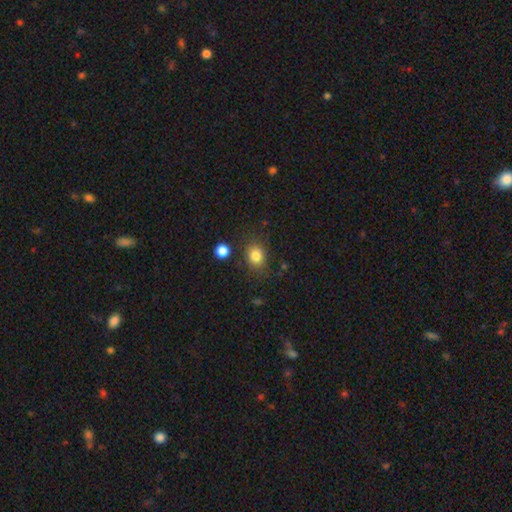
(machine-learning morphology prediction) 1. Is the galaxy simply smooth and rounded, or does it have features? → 83% smooth, 11% star or artifact, 6% featured or disk.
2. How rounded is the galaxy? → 55% round, 44% in between, 1% cigar-shaped.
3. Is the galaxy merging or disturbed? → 77% none, 14% minor disturbance, 5% major disturbance, 5% merger.